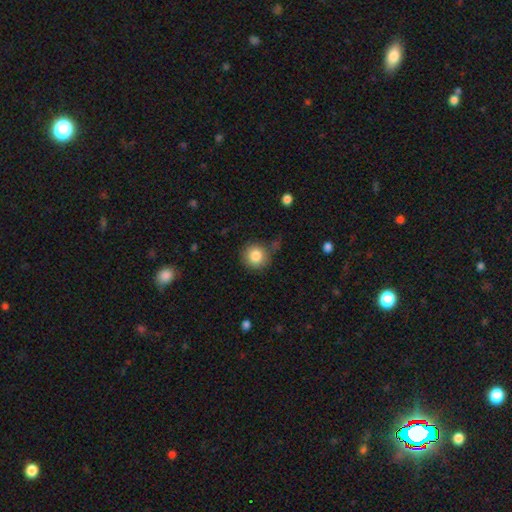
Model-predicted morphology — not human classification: Overall: smooth (84%). How rounded: round (92%). Merging: none (77%).